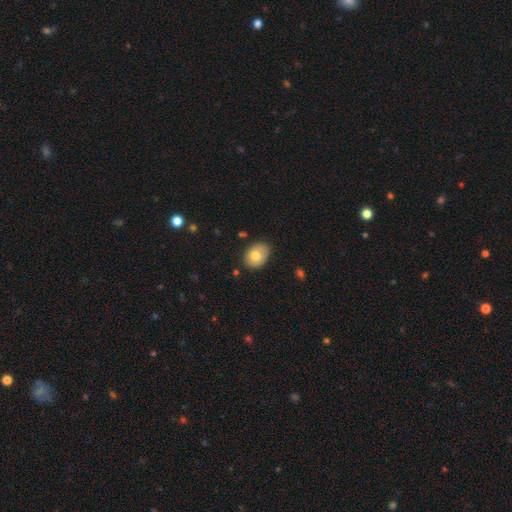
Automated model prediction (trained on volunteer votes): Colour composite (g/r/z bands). It shows a smooth galaxy with no disk features (76%) that is in between round and cigar-shaped (72%). Merging: none (80%).